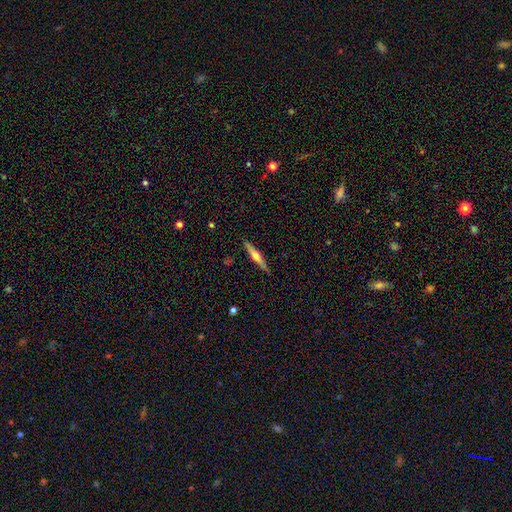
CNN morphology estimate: This is likely a featured or disk galaxy (68%). It is clearly viewed edge-on (97%). Edge-on bulge: clearly rounded (93%). Merging: clearly none (90%).